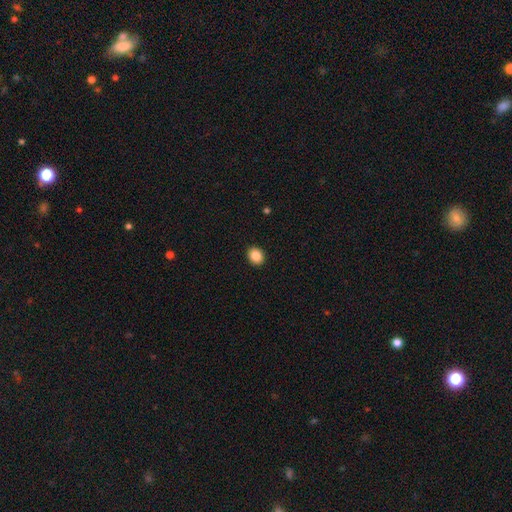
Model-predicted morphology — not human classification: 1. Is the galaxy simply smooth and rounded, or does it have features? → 87% smooth, 9% star or artifact, 4% featured or disk.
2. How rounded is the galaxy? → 57% round, 42% in between, 1% cigar-shaped.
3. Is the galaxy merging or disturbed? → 92% none, 6% minor disturbance, 2% major disturbance, 1% merger.